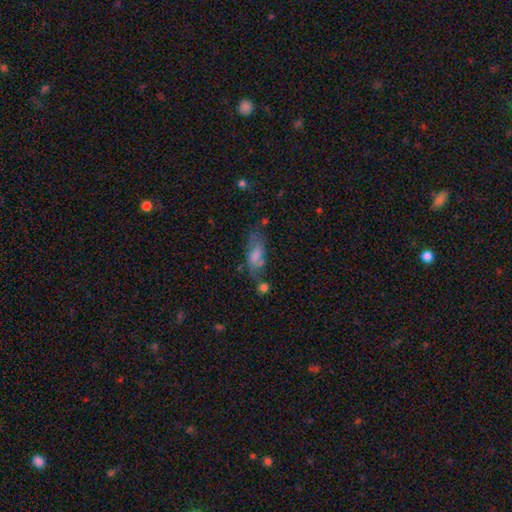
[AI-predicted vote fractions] A smooth galaxy with no disk features (62%) that is in between round and cigar-shaped (72%). Merging: none (44%).